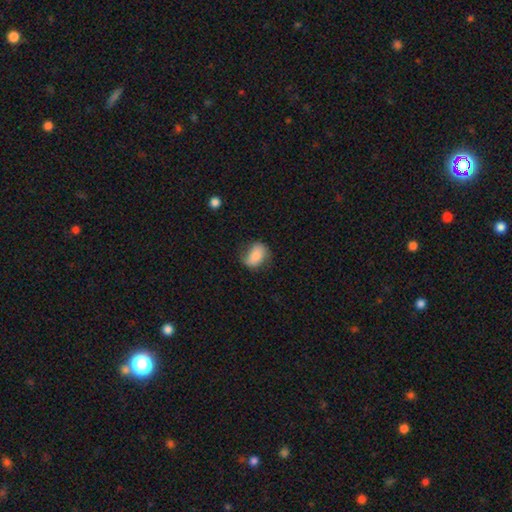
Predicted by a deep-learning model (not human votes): Smooth or featured?
  - smooth: 75% *
  - featured or disk: 18%
  - star or artifact: 7%
How rounded?
  - in between: 79% *
  - round: 19%
  - cigar-shaped: 2%
Merging?
  - none: 61% *
  - minor disturbance: 28%
  - major disturbance: 10%
  - merger: 2%